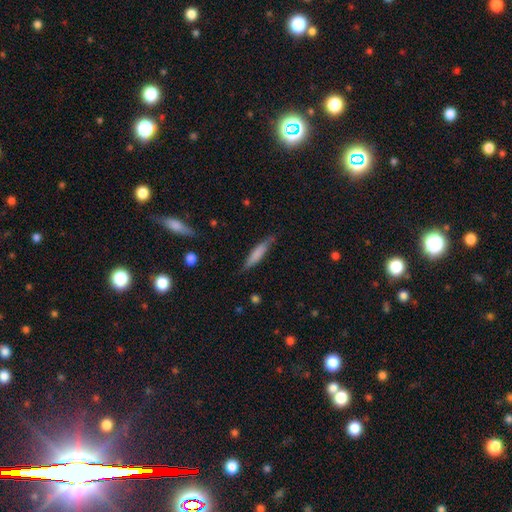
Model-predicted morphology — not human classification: This is likely a smooth galaxy (71%). How rounded: clearly cigar-shaped (86%). Merging: clearly none (80%).